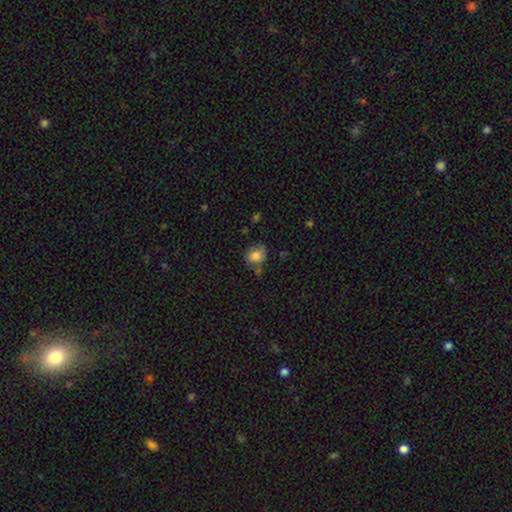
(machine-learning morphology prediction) This is clearly a smooth galaxy (83%). How rounded: likely round (61%). Merging: likely none (63%).